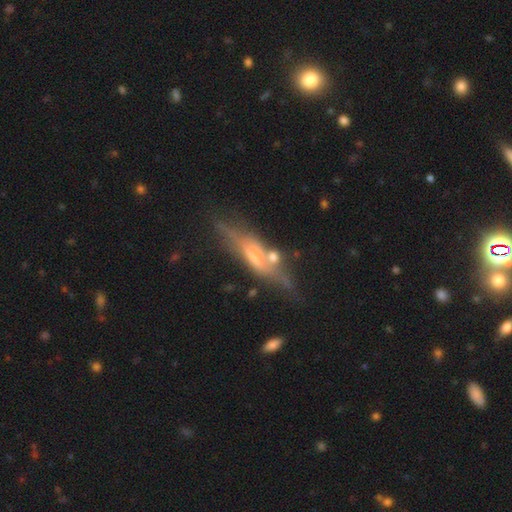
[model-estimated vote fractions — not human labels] smooth-or-featured: featured or disk: 69% | smooth: 22% | star or artifact: 8%
  disk-edge-on: yes: 72% | no: 28%
  merging: none: 53% | minor disturbance: 22% | major disturbance: 13% | merger: 12%